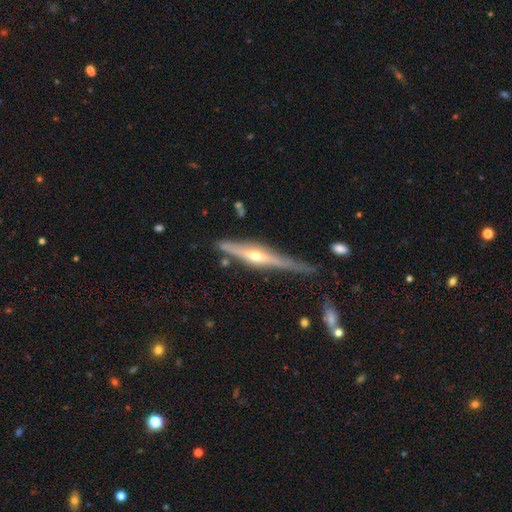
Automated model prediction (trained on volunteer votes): Morphology: type=featured or disk (77%); edge-on=yes (95%); edge-on bulge=rounded (85%); merging=none (70%).